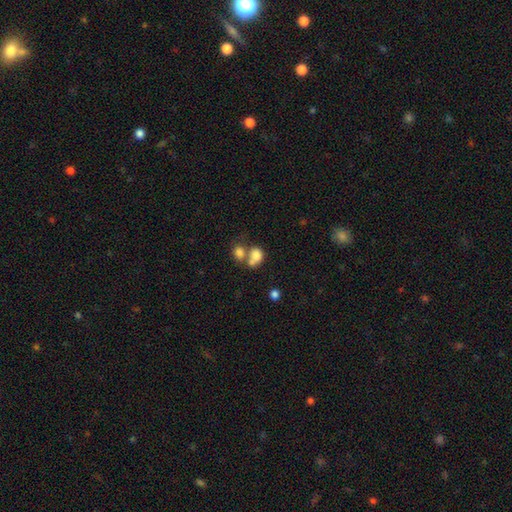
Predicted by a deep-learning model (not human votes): This appears to be a smooth galaxy with no disk features (77%) that is in between round and cigar-shaped (50%). Merging: merger (58%).